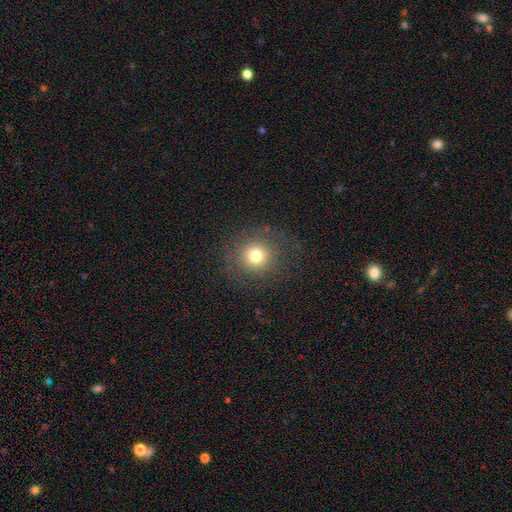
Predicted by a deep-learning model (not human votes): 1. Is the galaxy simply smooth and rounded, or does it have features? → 75% smooth, 15% star or artifact, 10% featured or disk.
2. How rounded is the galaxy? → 93% round, 6% in between, 1% cigar-shaped.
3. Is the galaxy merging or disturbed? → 84% none, 9% minor disturbance, 6% major disturbance, 1% merger.